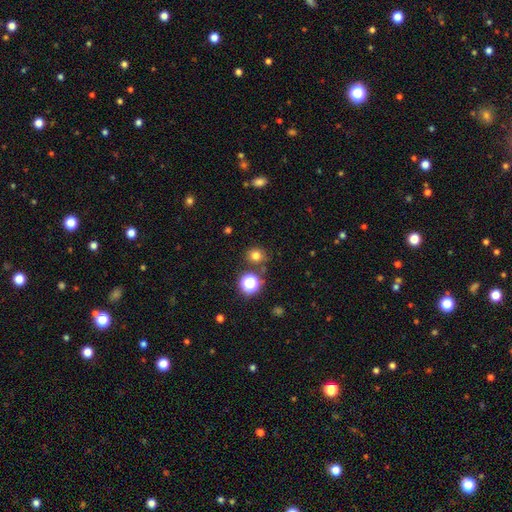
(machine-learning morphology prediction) A smooth galaxy with no disk features (75%) that is round (83%).

Vote fractions:
- Smooth or featured? smooth: 75% / star or artifact: 19% / featured or disk: 6%
- How rounded? round: 83% / in between: 16% / cigar-shaped: 1%
- Merging? none: 80% / minor disturbance: 10% / merger: 6% / major disturbance: 4%